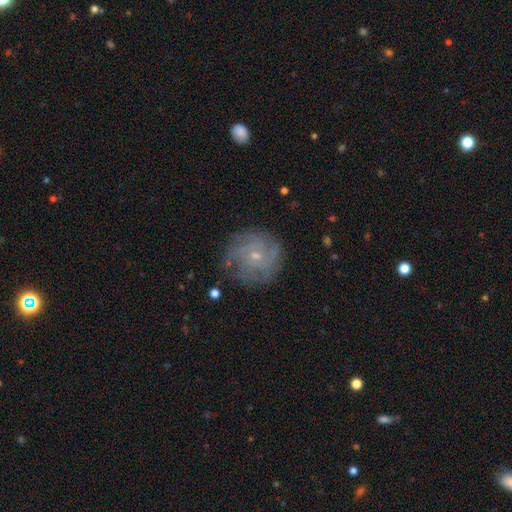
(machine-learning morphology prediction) Overall: featured or disk (67%). Edge-on disk: no (97%). Bar: no (79%). Spiral arms: yes (82%). Spiral arm count: can't tell (47%; 4 16%). Spiral winding: tight (60%; medium 29%). Bulge size: small (70%). Merging: none (76%).